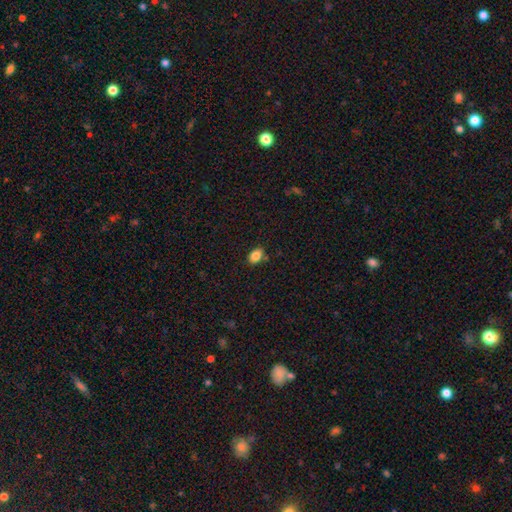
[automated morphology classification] Smooth or featured? Predicted: smooth (p=0.85). How rounded? Predicted: in between (p=0.83). Merging? Predicted: none (p=0.81).